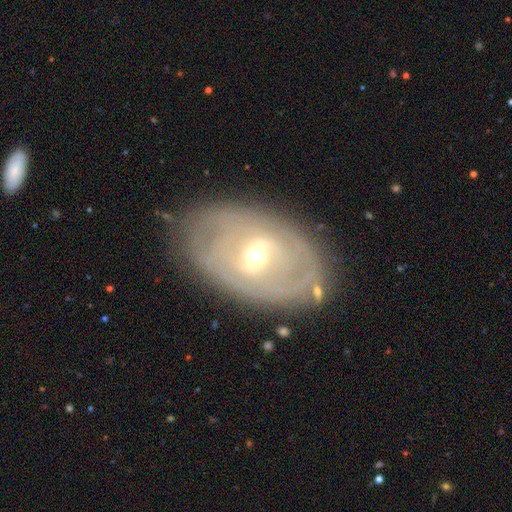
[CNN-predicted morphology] smooth-or-featured: featured or disk: 74% | smooth: 19% | star or artifact: 7%
  disk-edge-on: no: 93% | yes: 7%
    bar: weak: 47% | no: 34% | strong: 18%
    has-spiral-arms: yes: 66% | no: 34%
    bulge-size: small: 53% | moderate: 44% | large: 2% | none: 1% | dominant: 1%
  merging: none: 78% | minor disturbance: 15% | major disturbance: 5% | merger: 2%